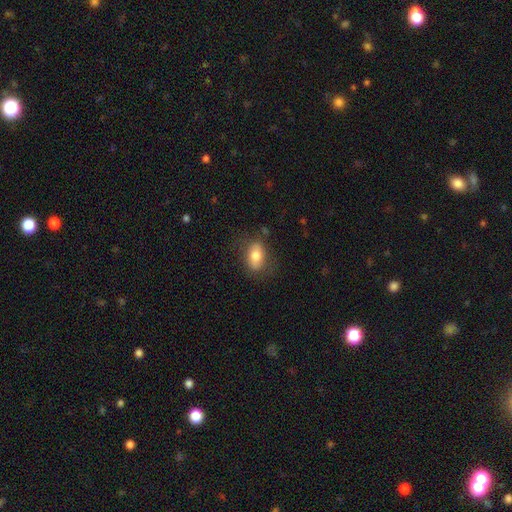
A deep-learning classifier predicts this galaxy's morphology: Smooth or featured: smooth — 75% (featured or disk — 17%)
How rounded: in between — 85% (round — 12%)
Merging: none — 74% (minor disturbance — 17%)